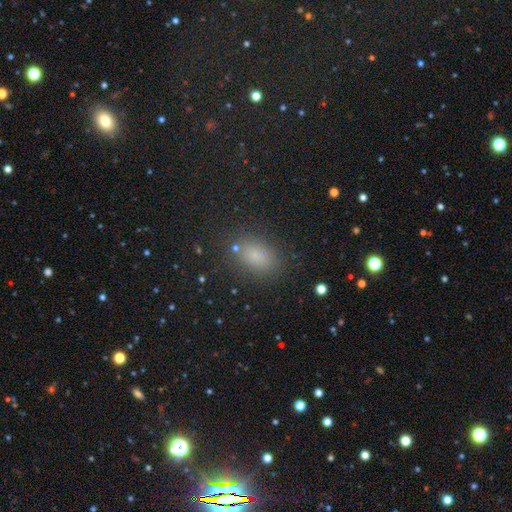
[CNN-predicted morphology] type=smooth (74%); roundness=in between (82%); merging=none (83%).